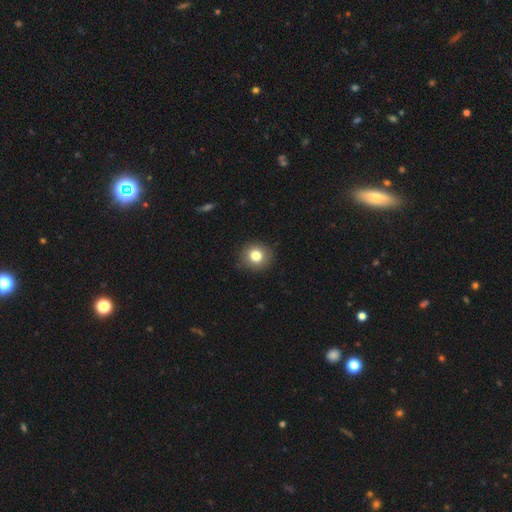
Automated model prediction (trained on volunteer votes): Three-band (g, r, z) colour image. It shows a smooth galaxy with no disk features (81%) that is round (88%). Merging: none (89%).